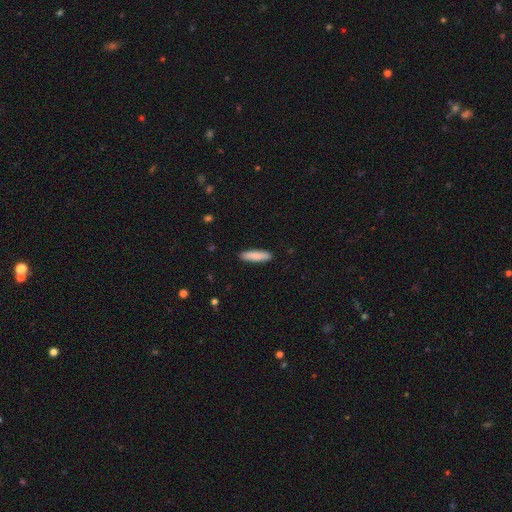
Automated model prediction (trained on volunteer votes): Overall: smooth (87%). How rounded: cigar-shaped (78%). Merging: none (91%).